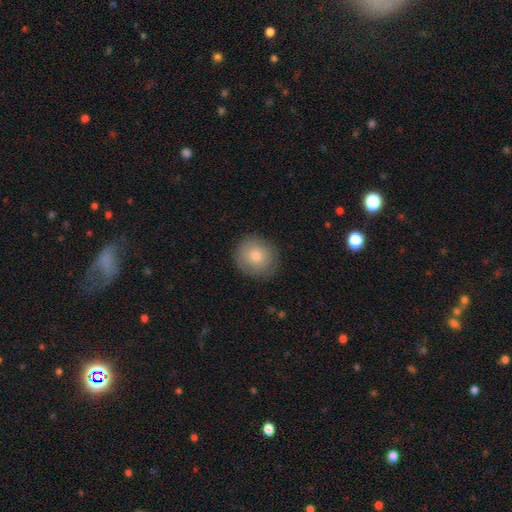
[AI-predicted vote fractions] Morphology: type=smooth (75%); roundness=round (88%); merging=none (85%).